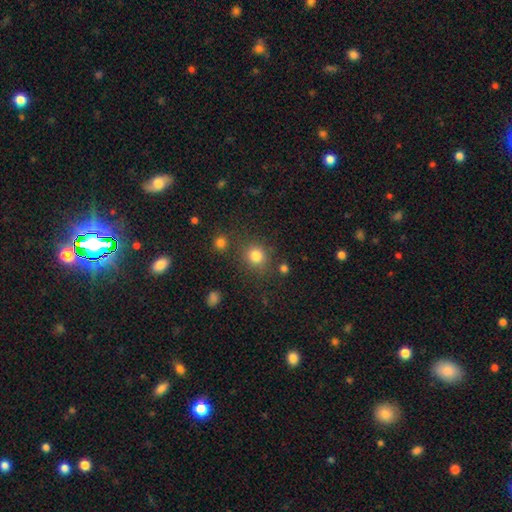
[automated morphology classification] Overall: smooth (82%). How rounded: round (86%). Merging: none (78%).